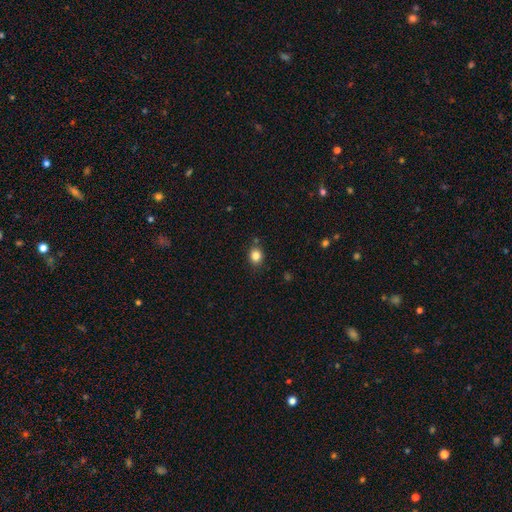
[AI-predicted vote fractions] This appears to be a smooth galaxy with no disk features (83%) that is round (67%). Merging: none (82%).